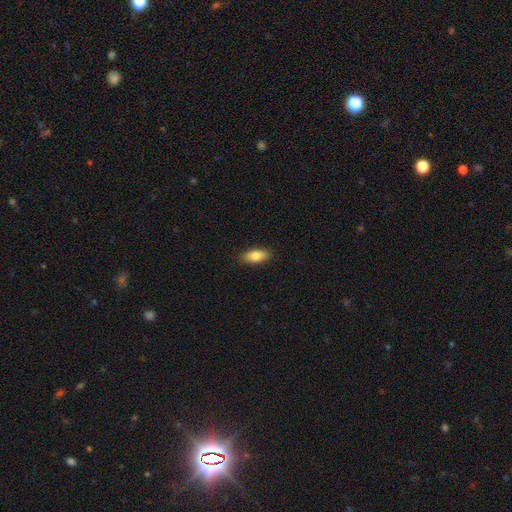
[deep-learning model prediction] Smooth or featured?
  - smooth: 82% *
  - featured or disk: 11%
  - star or artifact: 7%
How rounded?
  - in between: 81% *
  - cigar-shaped: 16%
  - round: 3%
Merging?
  - none: 88% *
  - minor disturbance: 9%
  - major disturbance: 2%
  - merger: 1%